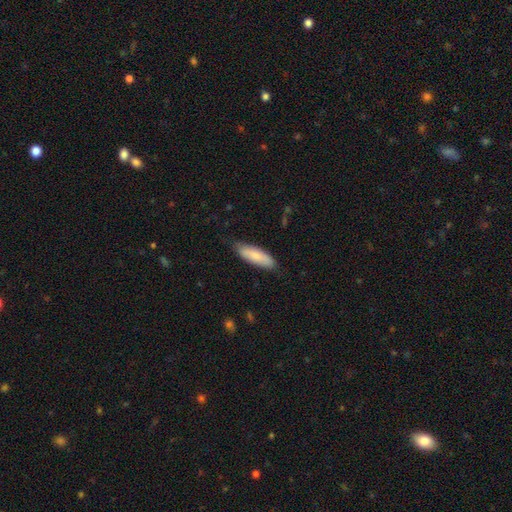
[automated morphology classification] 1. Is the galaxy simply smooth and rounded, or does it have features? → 79% smooth, 16% featured or disk, 5% star or artifact.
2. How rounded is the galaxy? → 56% in between, 42% cigar-shaped, 2% round.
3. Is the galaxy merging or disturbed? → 75% none, 21% minor disturbance, 3% major disturbance, 1% merger.